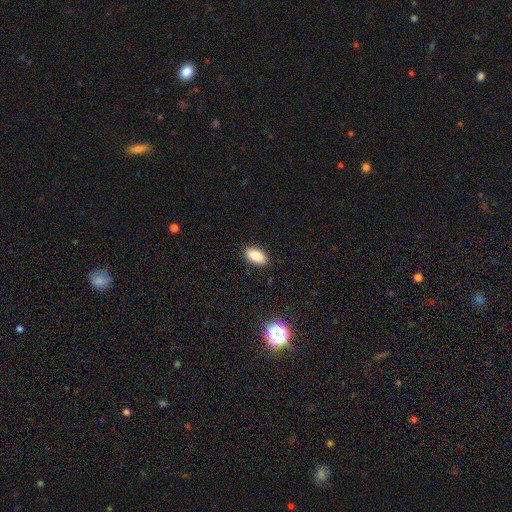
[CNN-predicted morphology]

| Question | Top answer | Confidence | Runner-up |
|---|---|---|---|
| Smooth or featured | smooth | 89% | star or artifact (8%) |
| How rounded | in between | 93% | cigar-shaped (4%) |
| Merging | none | 88% | minor disturbance (9%) |